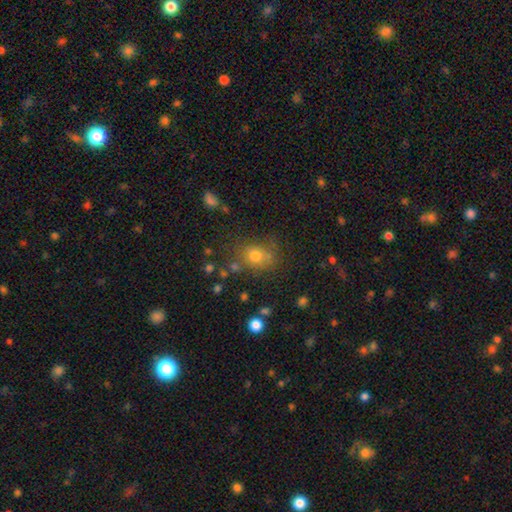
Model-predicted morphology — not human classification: Smooth or featured?
  - smooth: 74% *
  - star or artifact: 16%
  - featured or disk: 10%
How rounded?
  - round: 58% *
  - in between: 40%
  - cigar-shaped: 1%
Merging?
  - none: 68% *
  - minor disturbance: 17%
  - merger: 8%
  - major disturbance: 7%